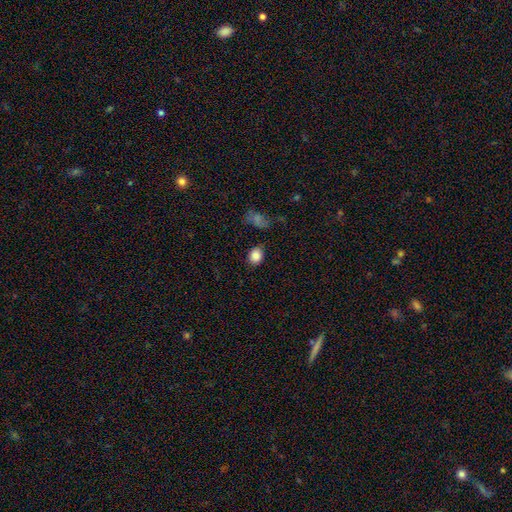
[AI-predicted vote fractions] A smooth galaxy with no disk features (86%) that is in between round and cigar-shaped (50%). Merging: none (81%).